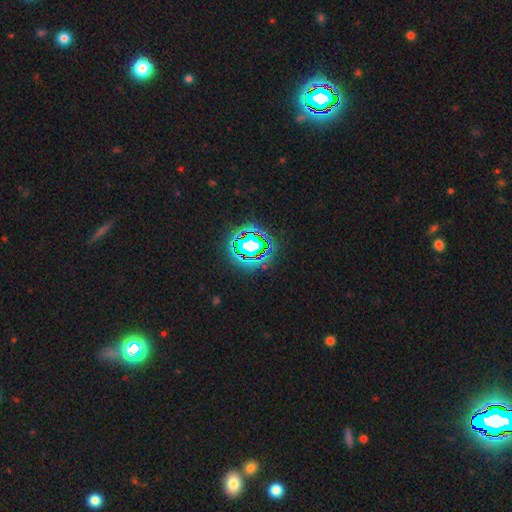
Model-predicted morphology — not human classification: smooth_or_featured: star or artifact (p=0.81) [alt: smooth p=0.11]